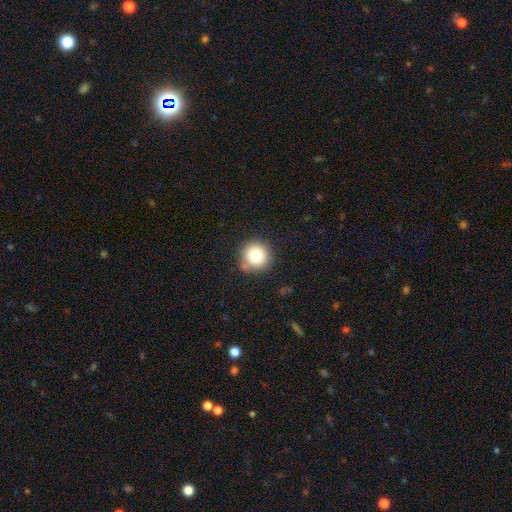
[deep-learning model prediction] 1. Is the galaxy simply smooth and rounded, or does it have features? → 79% smooth, 11% star or artifact, 10% featured or disk.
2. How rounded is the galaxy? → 94% round, 5% in between, 1% cigar-shaped.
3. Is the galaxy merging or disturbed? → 80% none, 12% minor disturbance, 4% merger, 3% major disturbance.